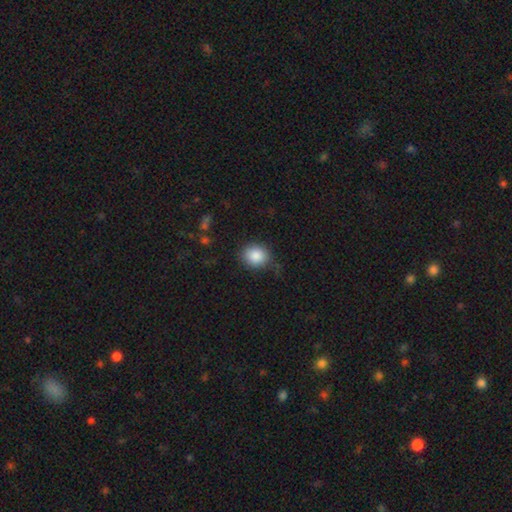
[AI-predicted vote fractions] smooth-or-featured: smooth: 87% | star or artifact: 8% | featured or disk: 5%
  how-rounded: round: 72% | in between: 28% | cigar-shaped: 1%
  merging: none: 81% | minor disturbance: 14% | major disturbance: 4% | merger: 2%